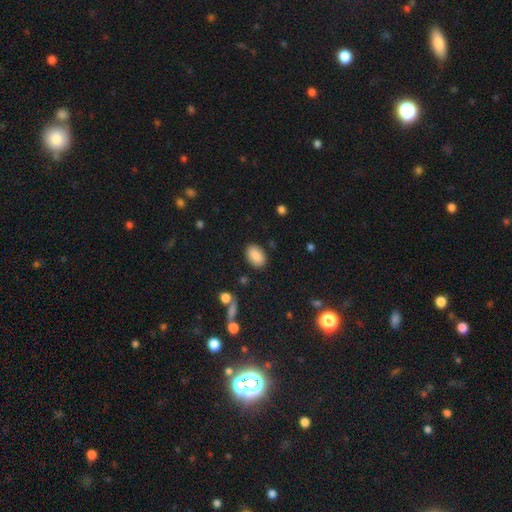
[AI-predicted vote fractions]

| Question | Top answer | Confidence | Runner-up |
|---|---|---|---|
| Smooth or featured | smooth | 88% | star or artifact (8%) |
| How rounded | in between | 86% | round (12%) |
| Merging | none | 86% | minor disturbance (9%) |